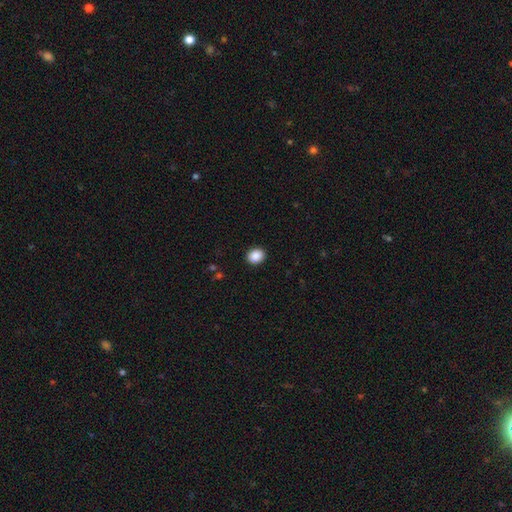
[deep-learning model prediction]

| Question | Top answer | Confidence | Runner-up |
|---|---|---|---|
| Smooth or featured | smooth | 88% | star or artifact (9%) |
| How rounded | round | 67% | in between (32%) |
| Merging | none | 91% | minor disturbance (6%) |